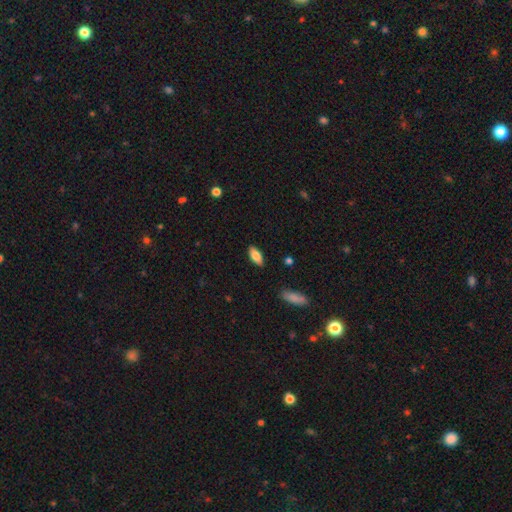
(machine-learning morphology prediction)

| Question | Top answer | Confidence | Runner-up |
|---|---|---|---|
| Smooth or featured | smooth | 82% | featured or disk (11%) |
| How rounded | in between | 86% | cigar-shaped (12%) |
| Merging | none | 87% | minor disturbance (9%) |